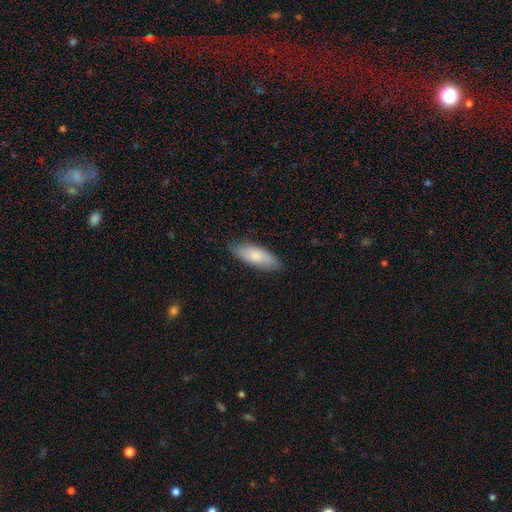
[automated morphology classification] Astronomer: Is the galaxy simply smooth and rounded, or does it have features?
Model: smooth — 78%.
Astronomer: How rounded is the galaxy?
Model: in between — 72%.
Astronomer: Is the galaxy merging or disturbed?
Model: none — 80%.